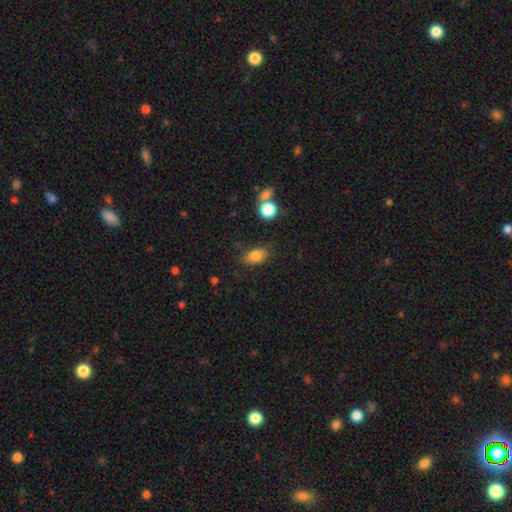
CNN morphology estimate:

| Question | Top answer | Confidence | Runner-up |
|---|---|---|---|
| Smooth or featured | smooth | 81% | star or artifact (10%) |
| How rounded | in between | 82% | round (13%) |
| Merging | none | 74% | minor disturbance (17%) |